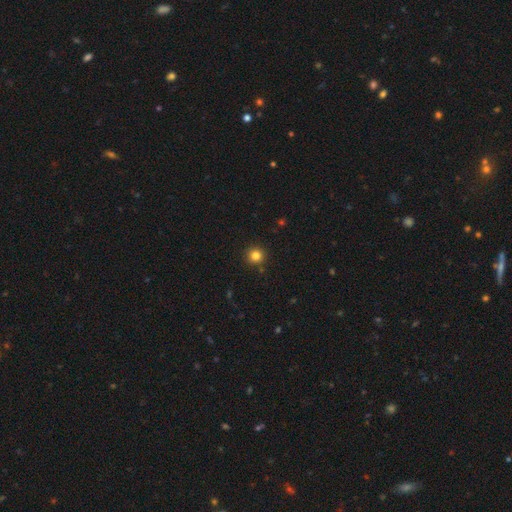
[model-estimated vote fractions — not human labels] Smooth or featured: smooth — 82% (star or artifact — 13%)
How rounded: round — 95% (in between — 5%)
Merging: none — 91% (minor disturbance — 5%)